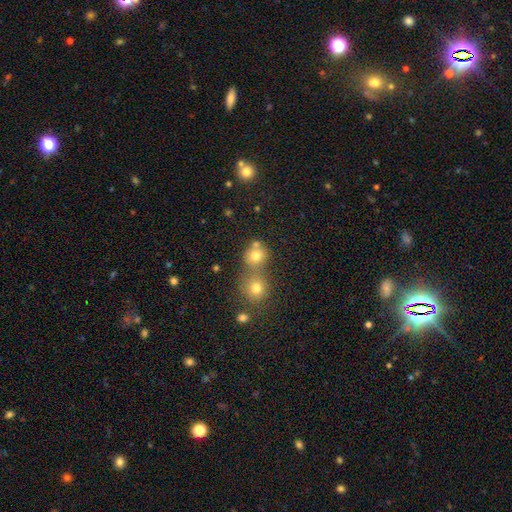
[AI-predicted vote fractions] smooth_or_featured: smooth (p=0.73) [alt: star or artifact p=0.17]
how_rounded: round (p=0.82) [alt: in between p=0.16]
merging: none (p=0.49) [alt: merger p=0.40]